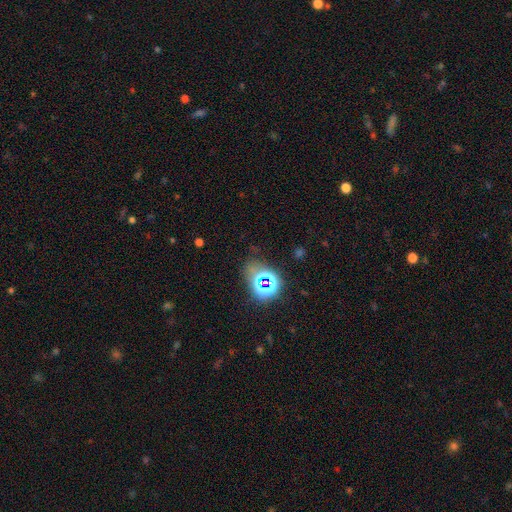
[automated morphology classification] A star or artifact, not a galaxy (71%).